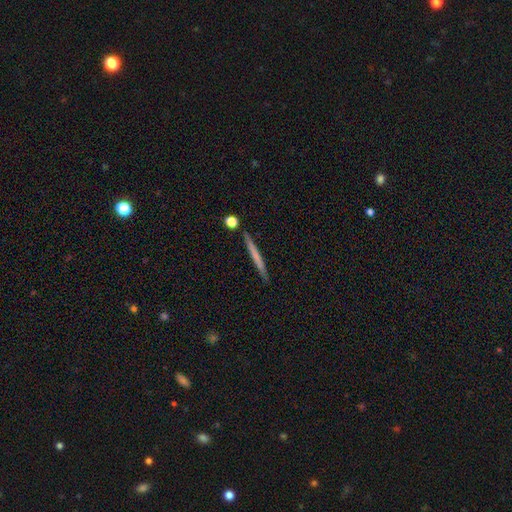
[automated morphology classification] This is possibly a smooth galaxy (57%). How rounded: clearly cigar-shaped (96%). Merging: clearly none (88%).